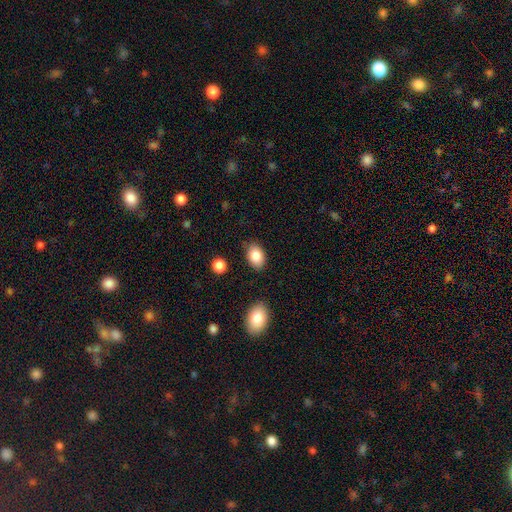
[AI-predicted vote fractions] Morphology: type=smooth (86%); roundness=in between (85%); merging=none (82%).